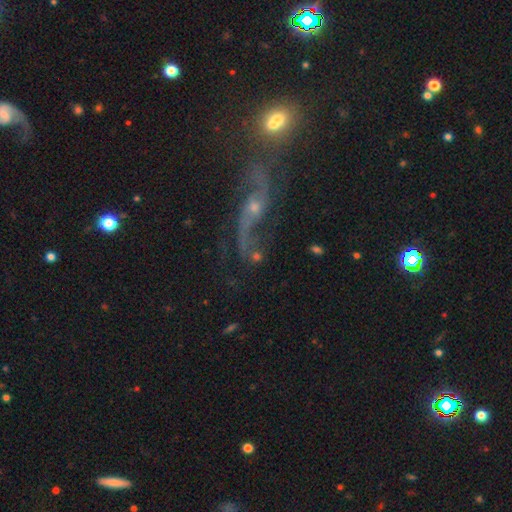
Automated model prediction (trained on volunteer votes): The model was most divided on "bulge size": small: 54%, moderate: 34%, none: 6%, large: 4%, dominant: 2%. More confident: edge-on disk — no (89%); spiral winding — loose (86%); spiral arms — yes (85%); spiral arm count — 2 (84%); smooth or featured — featured or disk (72%); bar — no (58%); merging — none (50%).